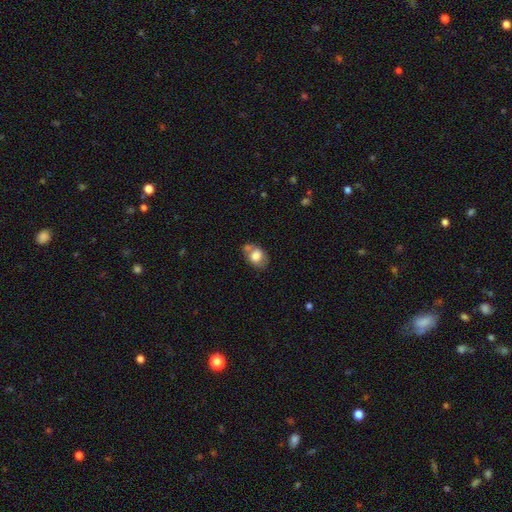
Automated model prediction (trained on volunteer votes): Q: Smooth or featured?
A: smooth (76%); runner-up: featured or disk (15%)
Q: How rounded?
A: in between (68%); runner-up: round (31%)
Q: Merging?
A: none (46%); runner-up: merger (23%)